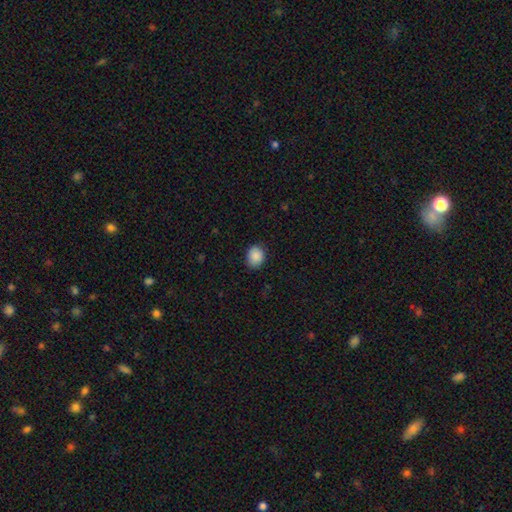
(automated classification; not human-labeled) smooth_or_featured: smooth (p=0.89) [alt: star or artifact p=0.08]
how_rounded: round (p=0.56) [alt: in between p=0.43]
merging: none (p=0.85) [alt: minor disturbance p=0.12]